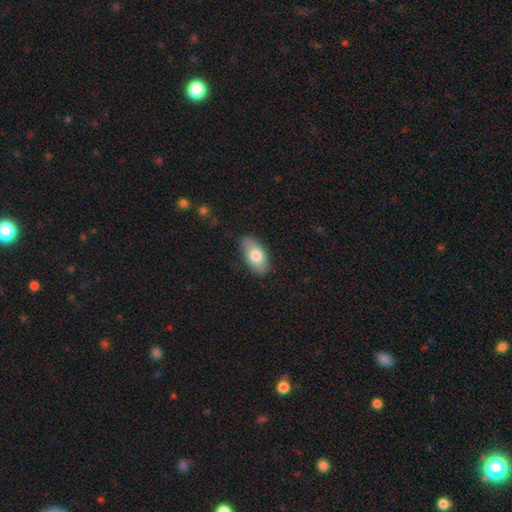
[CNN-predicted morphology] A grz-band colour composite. It shows a smooth galaxy with no disk features (74%) that is in between round and cigar-shaped (93%). Merging: none (81%).